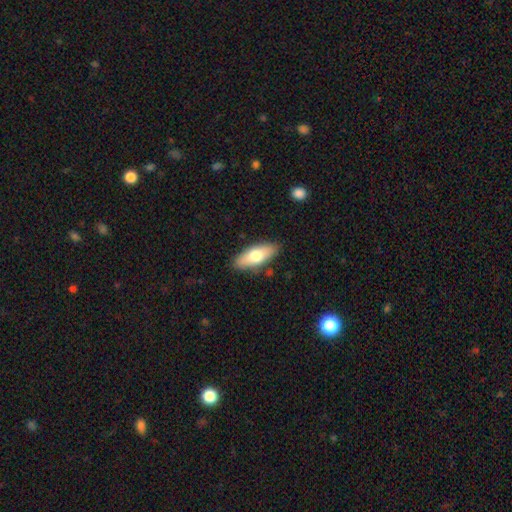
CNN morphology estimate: Q: Smooth or featured?
A: smooth (69%); runner-up: featured or disk (25%)
Q: How rounded?
A: in between (73%); runner-up: cigar-shaped (24%)
Q: Merging?
A: none (86%); runner-up: minor disturbance (10%)